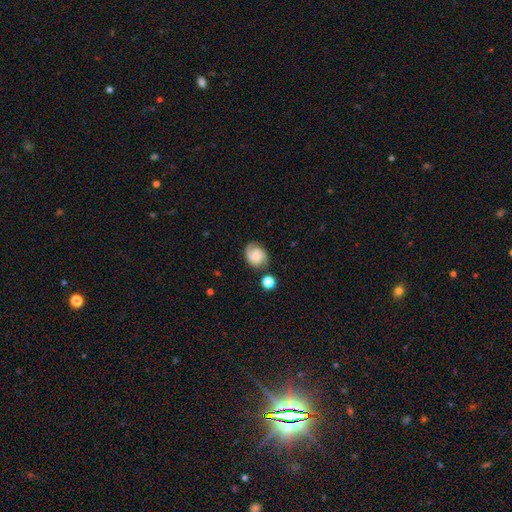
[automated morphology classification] Smooth or featured? featured or disk (62%)
Edge-on disk? no (98%)
Bar? no (55%)
Spiral arms? yes (94%)
Spiral winding? medium (45%)
Spiral arm count? 2 (79%)
Bulge size? none (43%)
Merging? none (70%)